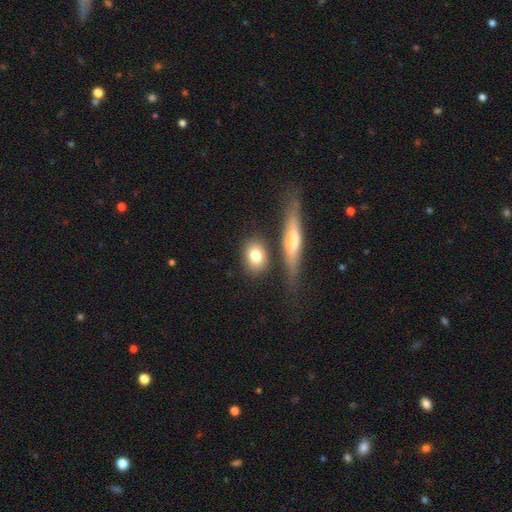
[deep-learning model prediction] Morphology: type=smooth (77%); roundness=in between (55%); merging=none (73%).